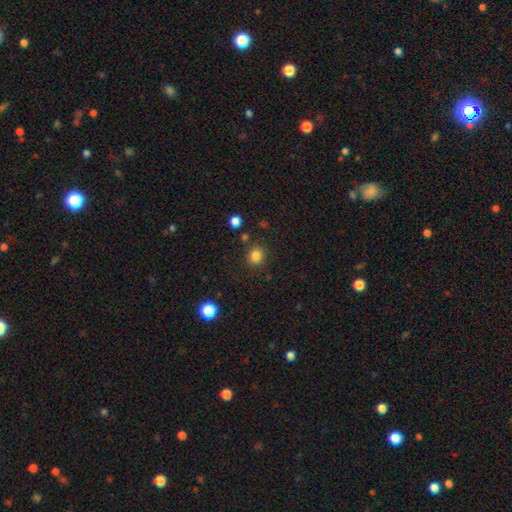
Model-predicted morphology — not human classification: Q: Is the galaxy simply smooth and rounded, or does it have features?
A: smooth — 83%.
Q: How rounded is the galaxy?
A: round — 84%.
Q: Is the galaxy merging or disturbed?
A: none — 85%.